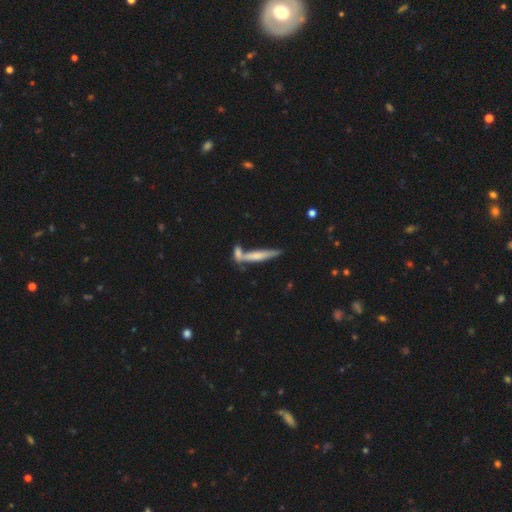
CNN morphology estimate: smooth-or-featured: smooth: 52% | featured or disk: 41% | star or artifact: 7%
  how-rounded: cigar-shaped: 87% | in between: 11% | round: 2%
  merging: none: 52% | merger: 32% | minor disturbance: 12% | major disturbance: 4%